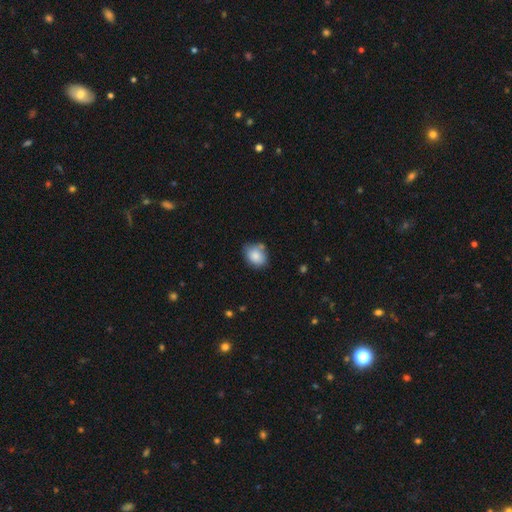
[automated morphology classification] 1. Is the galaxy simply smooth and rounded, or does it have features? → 84% smooth, 9% featured or disk, 8% star or artifact.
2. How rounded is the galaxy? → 55% in between, 44% round, 1% cigar-shaped.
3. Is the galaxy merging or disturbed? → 65% none, 23% minor disturbance, 8% merger, 5% major disturbance.